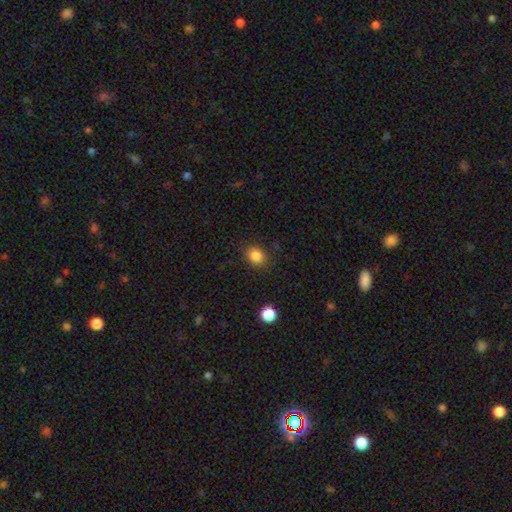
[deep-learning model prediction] The model was most divided on "how rounded": round: 55%, in between: 44%, cigar-shaped: 1%. More confident: smooth or featured — smooth (85%); merging — none (83%).